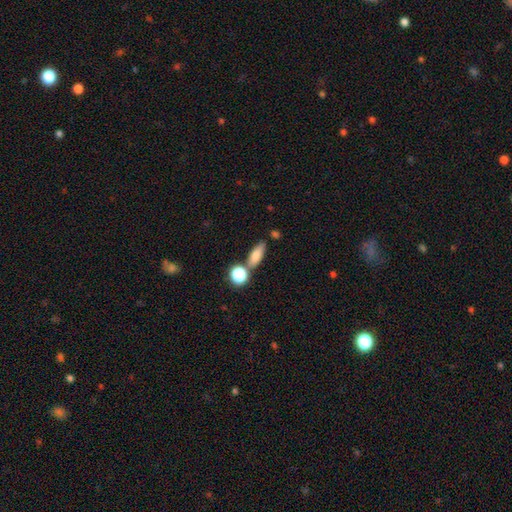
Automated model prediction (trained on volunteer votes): Morphology: type=smooth (77%); roundness=in between (58%); merging=none (65%).